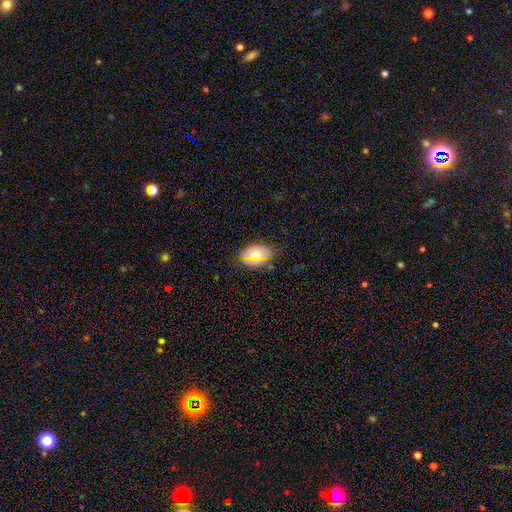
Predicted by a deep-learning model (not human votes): A smooth galaxy with no disk features (70%) that is in between round and cigar-shaped (87%).

Vote fractions:
- Smooth or featured? smooth: 70% / star or artifact: 16% / featured or disk: 13%
- How rounded? in between: 87% / round: 10% / cigar-shaped: 3%
- Merging? none: 82% / minor disturbance: 13% / major disturbance: 4% / merger: 1%